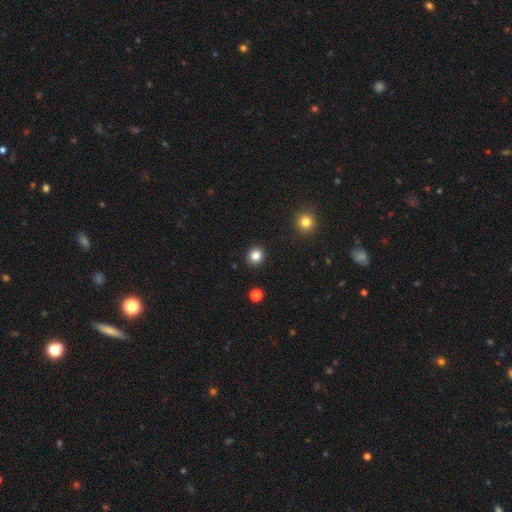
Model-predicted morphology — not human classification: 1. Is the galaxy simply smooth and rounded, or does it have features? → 84% smooth, 11% star or artifact, 5% featured or disk.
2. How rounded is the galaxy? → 84% round, 15% in between, 1% cigar-shaped.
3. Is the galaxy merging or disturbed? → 92% none, 5% minor disturbance, 2% major disturbance, 1% merger.